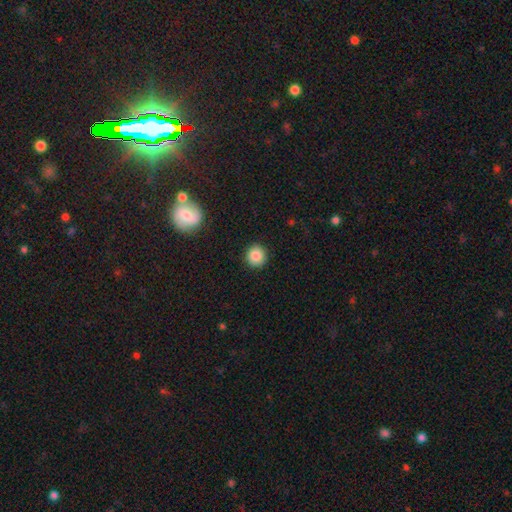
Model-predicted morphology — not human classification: smooth_or_featured: smooth (p=0.86) [alt: star or artifact p=0.09]
how_rounded: round (p=0.92) [alt: in between p=0.07]
merging: none (p=0.92) [alt: minor disturbance p=0.05]